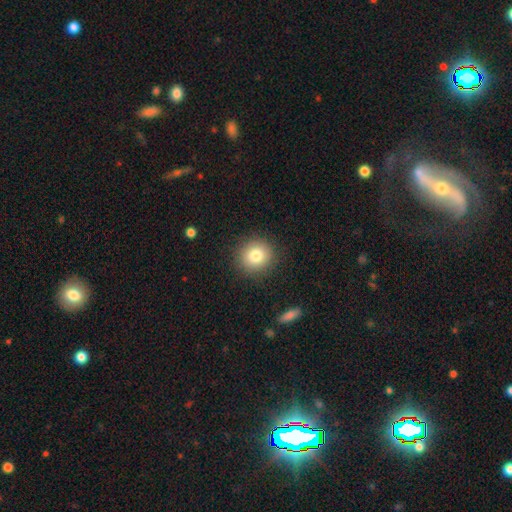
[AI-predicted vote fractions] smooth-or-featured: smooth: 80% | star or artifact: 10% | featured or disk: 9%
  how-rounded: round: 90% | in between: 9% | cigar-shaped: 1%
  merging: none: 89% | minor disturbance: 7% | major disturbance: 3% | merger: 1%